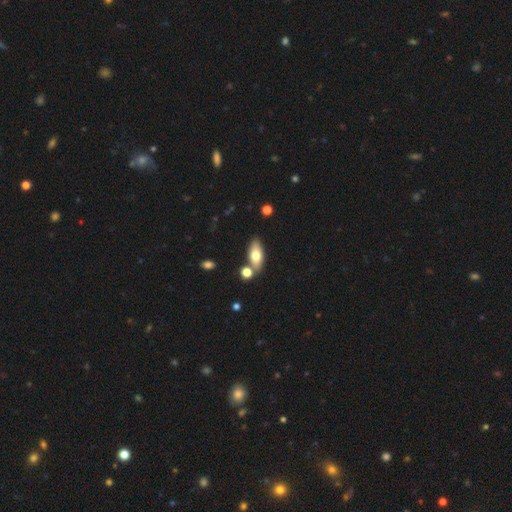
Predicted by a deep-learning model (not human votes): The model was most divided on "smooth or featured": smooth: 70%, featured or disk: 23%, star or artifact: 7%. More confident: how rounded — in between (80%); merging — none (70%).